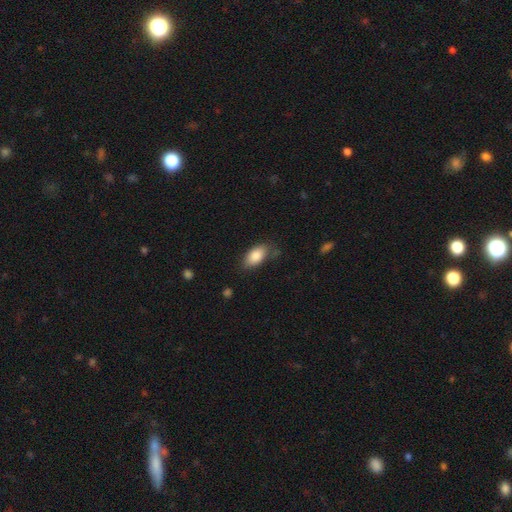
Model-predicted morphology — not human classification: smooth 86%, featured or disk 8%, star or artifact 7%. Down the decision tree: how rounded — in between (92%); merging — none (70%).